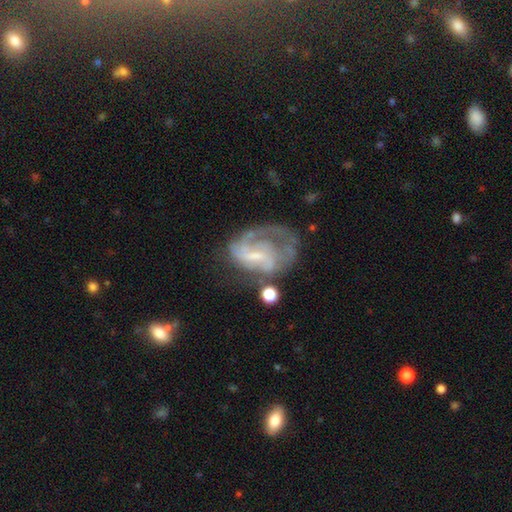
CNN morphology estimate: A featured or disk galaxy (77%) with a weak bar (49%), 2 (37%) medium (43%) spiral arms (81%) and a small central bulge (47%). Merging: none (36%, tied with major disturbance).